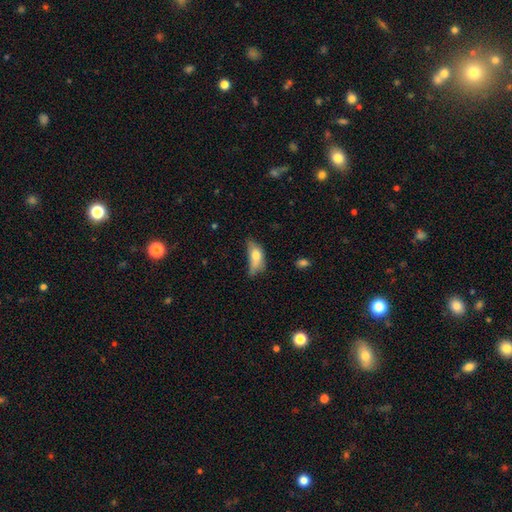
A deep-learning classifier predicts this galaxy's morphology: A smooth galaxy with no disk features (69%) that is in between round and cigar-shaped (81%). Merging: minor disturbance (36%).